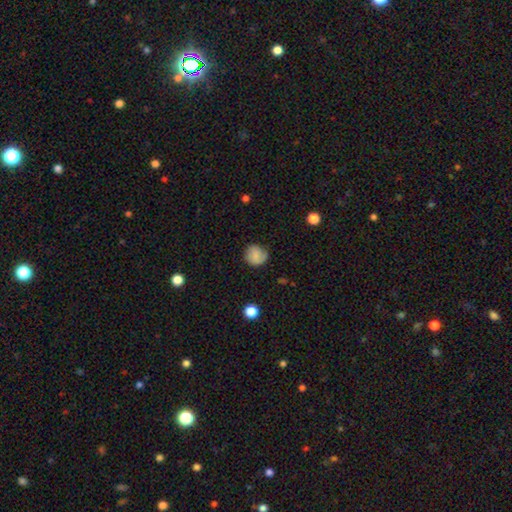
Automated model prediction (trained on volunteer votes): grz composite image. It shows a smooth galaxy with no disk features (72%) that is round (88%). Merging: none (74%).